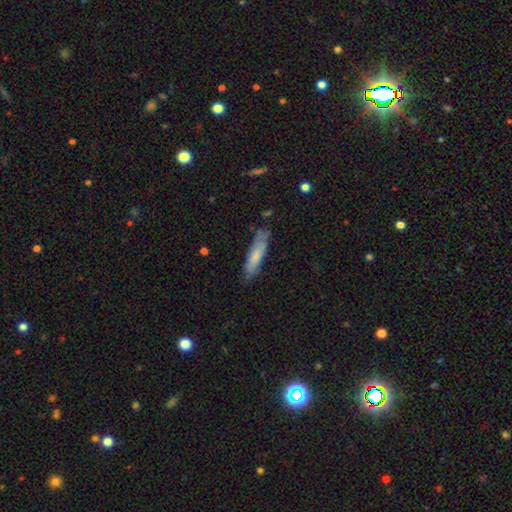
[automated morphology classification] type=smooth (72%); roundness=cigar-shaped (78%); merging=none (70%).